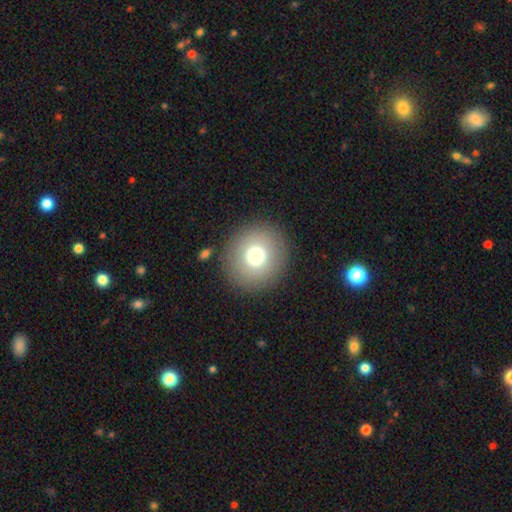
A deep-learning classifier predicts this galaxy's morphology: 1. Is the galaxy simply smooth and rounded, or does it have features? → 74% smooth, 14% featured or disk, 13% star or artifact.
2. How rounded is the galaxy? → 93% round, 6% in between, 1% cigar-shaped.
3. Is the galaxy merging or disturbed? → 89% none, 6% minor disturbance, 3% major disturbance, 2% merger.